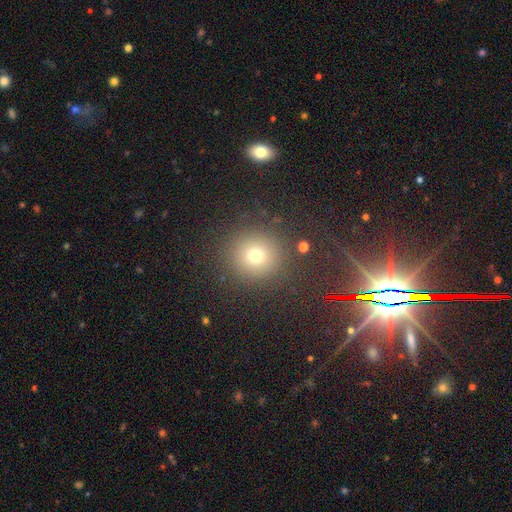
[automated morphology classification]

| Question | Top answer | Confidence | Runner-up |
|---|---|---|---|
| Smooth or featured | smooth | 71% | star or artifact (19%) |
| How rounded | round | 93% | in between (6%) |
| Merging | none | 87% | minor disturbance (7%) |